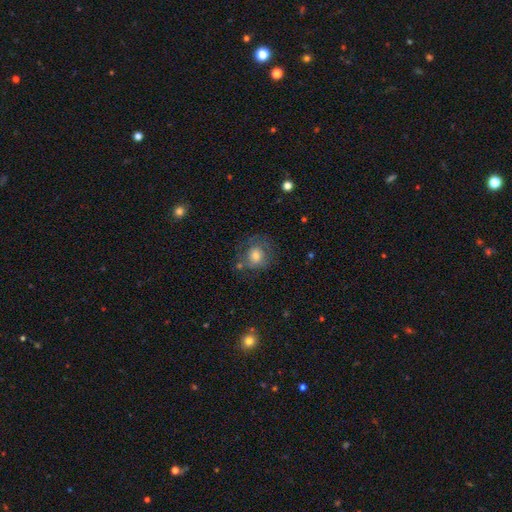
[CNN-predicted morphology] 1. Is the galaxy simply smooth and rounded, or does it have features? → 68% smooth, 22% featured or disk, 10% star or artifact.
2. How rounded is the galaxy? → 74% round, 25% in between, 1% cigar-shaped.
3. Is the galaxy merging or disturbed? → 60% none, 21% minor disturbance, 13% major disturbance, 6% merger.